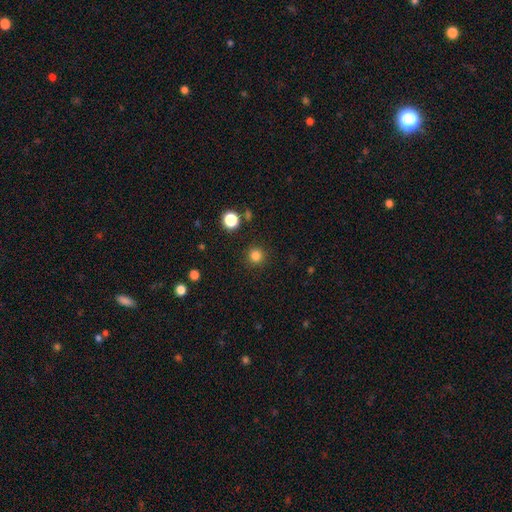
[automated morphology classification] The model was most divided on "smooth or featured": smooth: 83%, star or artifact: 13%, featured or disk: 4%. More confident: how rounded — round (95%); merging — none (91%).